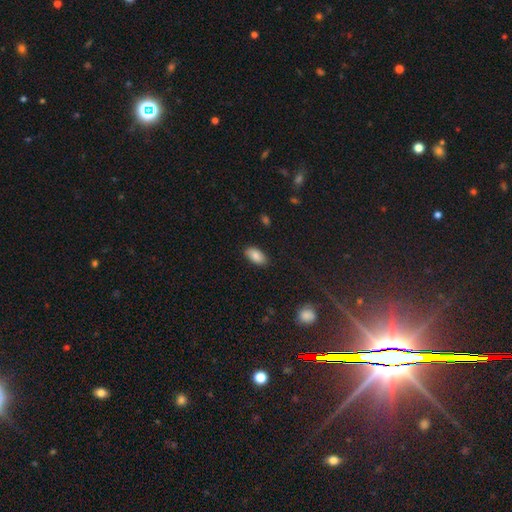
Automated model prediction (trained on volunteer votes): This is clearly a smooth galaxy (85%). How rounded: clearly in between (93%). Merging: clearly none (86%).